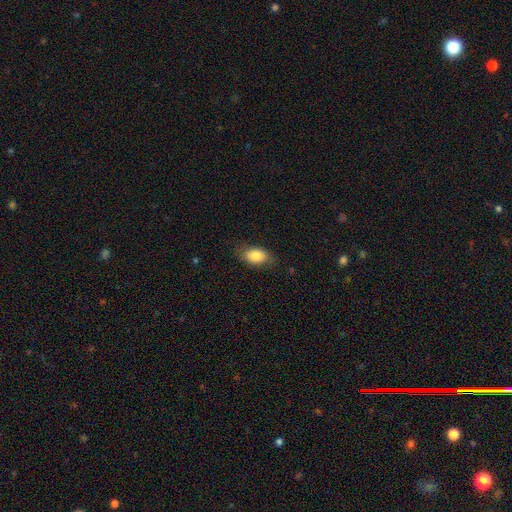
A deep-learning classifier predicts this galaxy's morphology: Smooth or featured? smooth (82%)
How rounded? in between (90%)
Merging? none (79%)